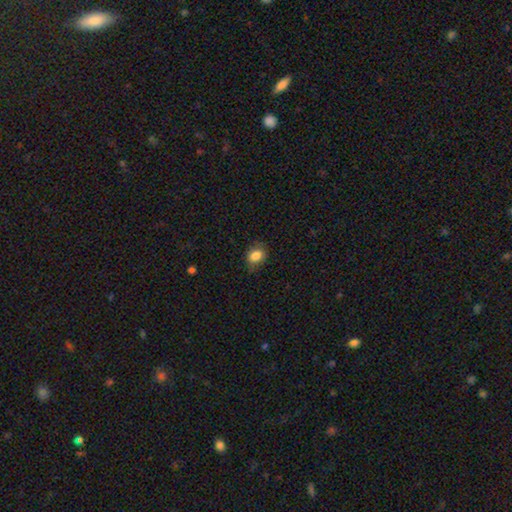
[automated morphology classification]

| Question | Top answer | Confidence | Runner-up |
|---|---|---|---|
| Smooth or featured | smooth | 85% | star or artifact (9%) |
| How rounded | in between | 55% | round (44%) |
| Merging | none | 77% | minor disturbance (18%) |